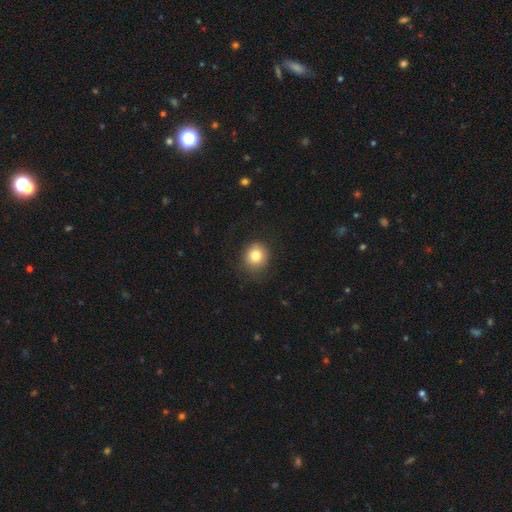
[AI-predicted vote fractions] Overall: smooth (81%). How rounded: round (81%). Merging: none (83%).